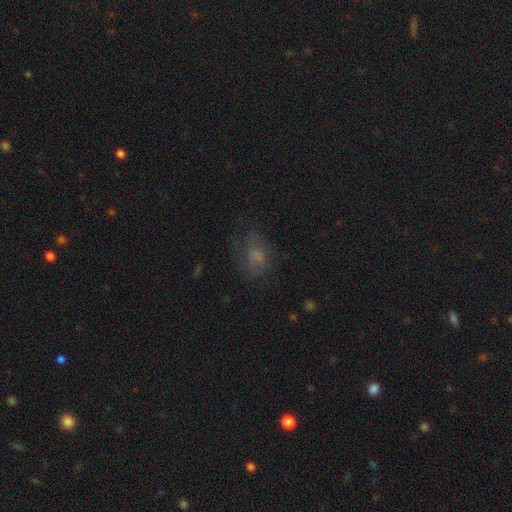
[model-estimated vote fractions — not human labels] Q: Smooth or featured?
A: smooth (58%); runner-up: featured or disk (24%)
Q: How rounded?
A: in between (67%); runner-up: round (31%)
Q: Merging?
A: none (56%); runner-up: minor disturbance (23%)